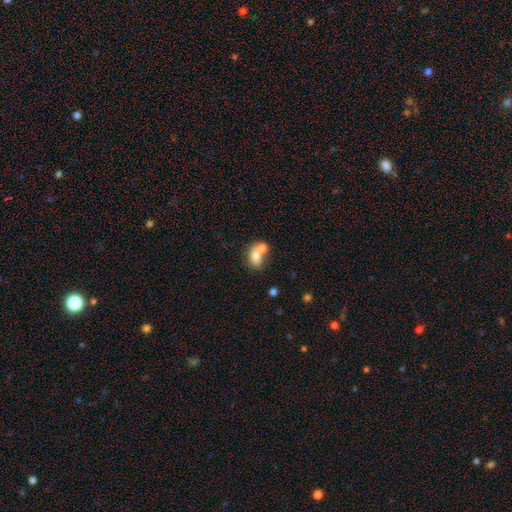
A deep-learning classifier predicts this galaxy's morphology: Smooth or featured?
  - smooth: 70% *
  - featured or disk: 20%
  - star or artifact: 9%
How rounded?
  - in between: 68% *
  - round: 31%
  - cigar-shaped: 2%
Merging?
  - merger: 55% *
  - none: 30%
  - minor disturbance: 10%
  - major disturbance: 5%